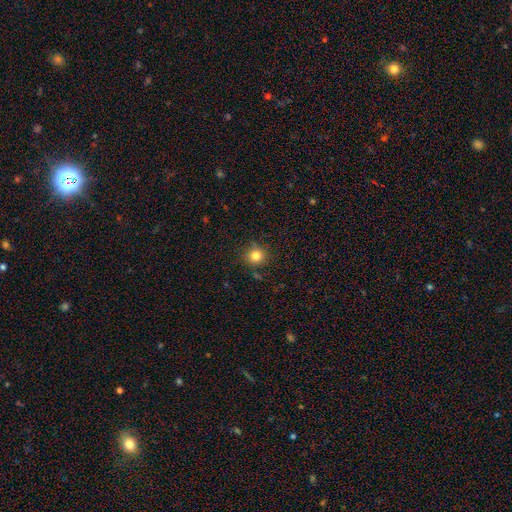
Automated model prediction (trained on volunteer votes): Smooth or featured? Predicted: smooth (p=0.81). How rounded? Predicted: round (p=0.91). Merging? Predicted: none (p=0.86).